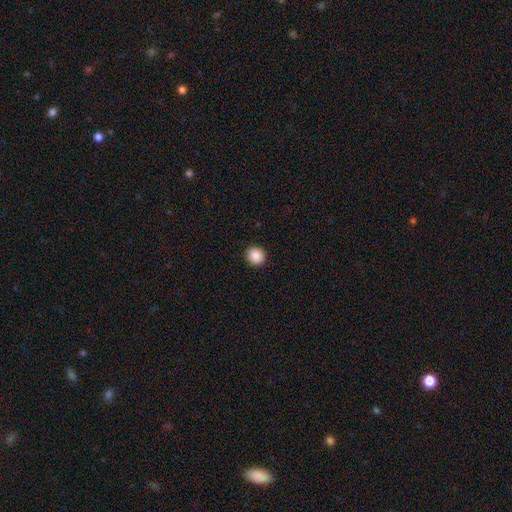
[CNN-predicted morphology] Smooth or featured?
  - smooth: 89% *
  - star or artifact: 9%
  - featured or disk: 2%
How rounded?
  - round: 89% *
  - in between: 10%
  - cigar-shaped: 1%
Merging?
  - none: 93% *
  - minor disturbance: 5%
  - major disturbance: 2%
  - merger: 1%